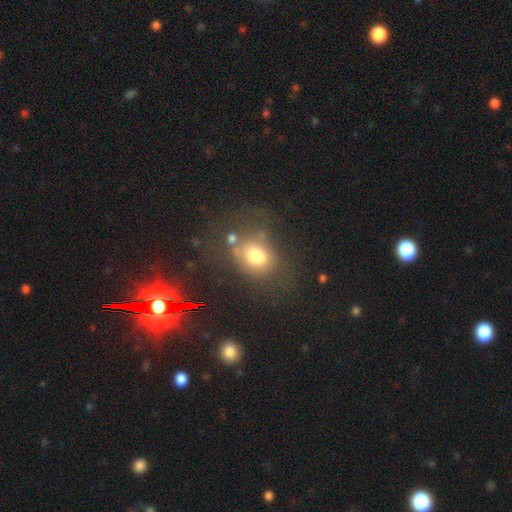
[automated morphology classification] Q: Smooth or featured?
A: smooth (66%); runner-up: featured or disk (19%)
Q: How rounded?
A: in between (64%); runner-up: round (35%)
Q: Merging?
A: none (49%); runner-up: minor disturbance (22%)